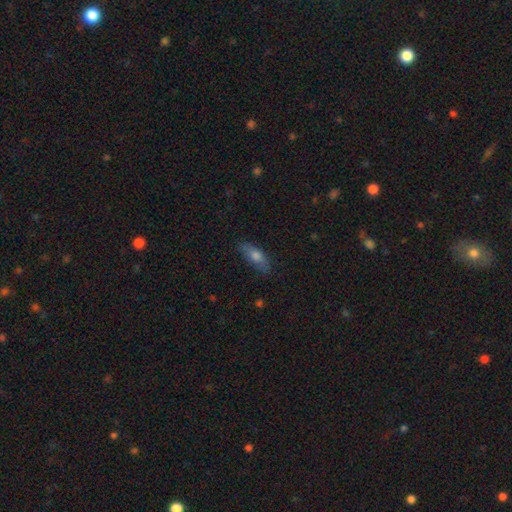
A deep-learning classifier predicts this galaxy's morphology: smooth 69%, featured or disk 23%, star or artifact 8%. Down the decision tree: how rounded — in between (66%); merging — none (80%).